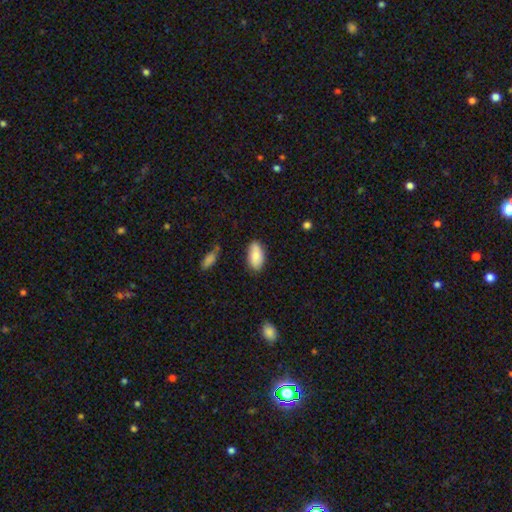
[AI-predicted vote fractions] The model was most divided on "merging": none: 81%, minor disturbance: 14%, major disturbance: 3%, merger: 2%. More confident: how rounded — in between (92%); smooth or featured — smooth (84%).